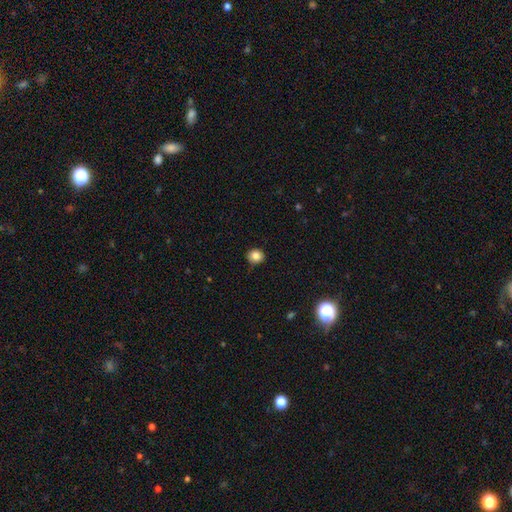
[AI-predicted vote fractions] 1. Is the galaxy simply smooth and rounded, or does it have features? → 84% smooth, 10% star or artifact, 5% featured or disk.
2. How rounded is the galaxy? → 81% round, 18% in between, 1% cigar-shaped.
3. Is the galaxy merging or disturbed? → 84% none, 13% minor disturbance, 2% major disturbance, 1% merger.